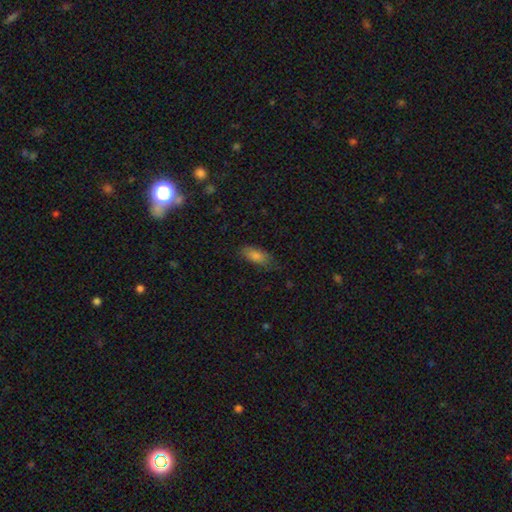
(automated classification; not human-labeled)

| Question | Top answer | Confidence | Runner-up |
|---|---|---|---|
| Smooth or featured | smooth | 79% | featured or disk (11%) |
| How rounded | in between | 79% | cigar-shaped (18%) |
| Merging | none | 76% | minor disturbance (19%) |